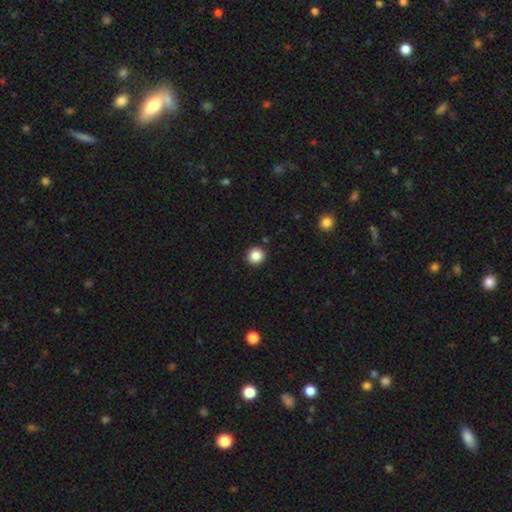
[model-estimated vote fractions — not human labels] Smooth or featured? Predicted: smooth (p=0.86). How rounded? Predicted: round (p=0.94). Merging? Predicted: none (p=0.93).